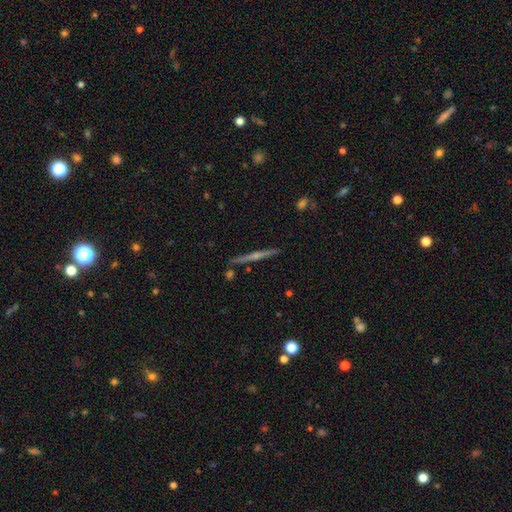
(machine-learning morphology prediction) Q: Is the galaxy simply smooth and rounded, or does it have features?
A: featured or disk — 48%.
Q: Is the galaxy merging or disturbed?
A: none — 78%.